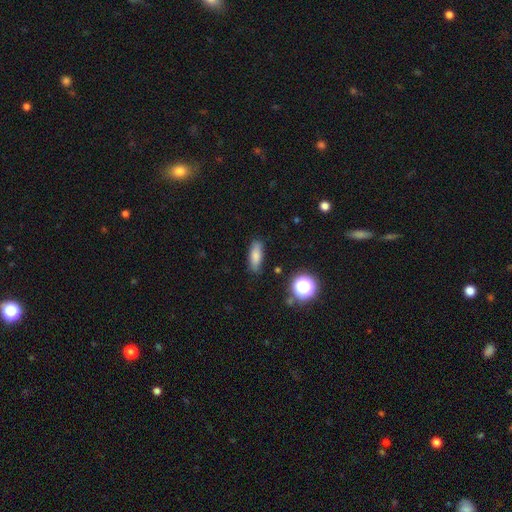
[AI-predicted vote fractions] Q: Smooth or featured?
A: smooth (80%); runner-up: star or artifact (10%)
Q: How rounded?
A: in between (59%); runner-up: cigar-shaped (36%)
Q: Merging?
A: none (83%); runner-up: minor disturbance (12%)